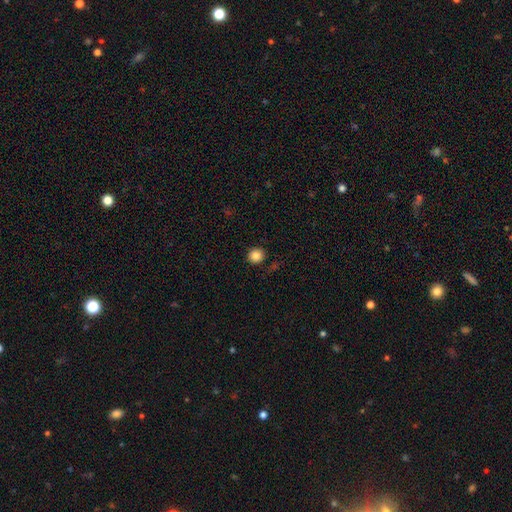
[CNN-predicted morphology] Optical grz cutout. It shows a smooth galaxy with no disk features (85%) that is round (88%). Merging: none (88%).